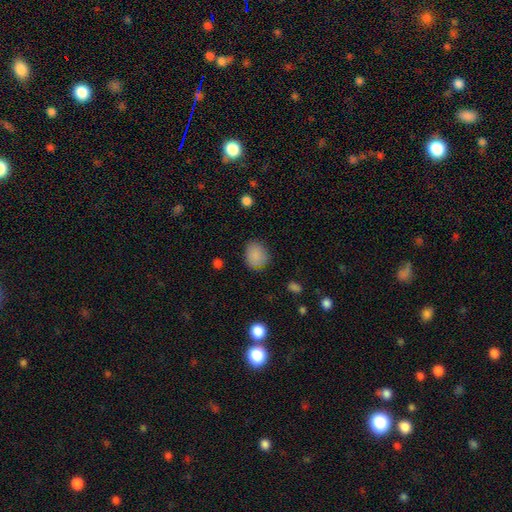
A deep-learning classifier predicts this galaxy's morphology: A smooth galaxy with no disk features (86%) that is round (60%). Merging: none (78%).